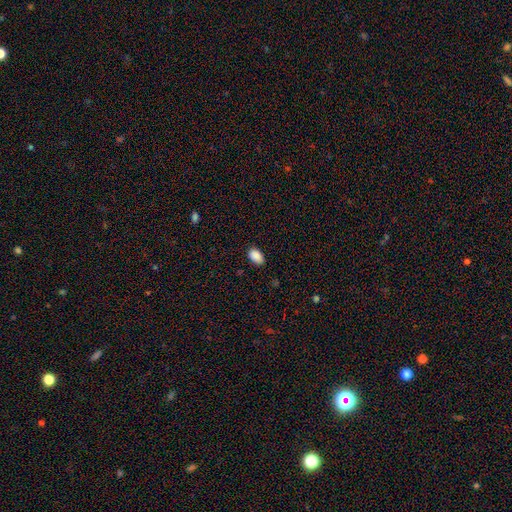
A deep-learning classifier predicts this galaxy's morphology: type=smooth (89%); roundness=in between (90%); merging=none (84%).